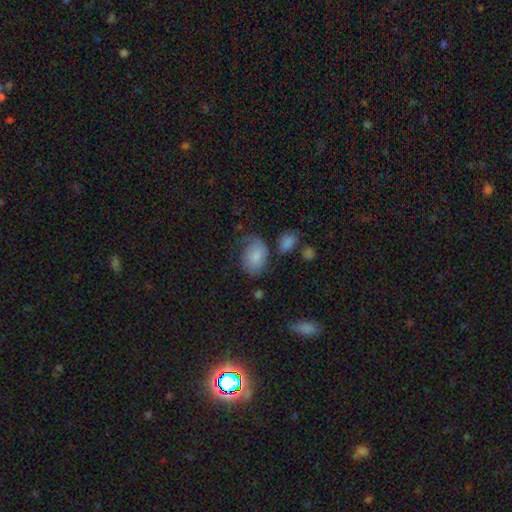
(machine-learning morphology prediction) A smooth galaxy with no disk features (74%) that is in between round and cigar-shaped (79%).

Vote fractions:
- Smooth or featured? smooth: 74% / featured or disk: 18% / star or artifact: 8%
- How rounded? in between: 79% / round: 20% / cigar-shaped: 1%
- Merging? none: 48% / minor disturbance: 29% / major disturbance: 16% / merger: 6%